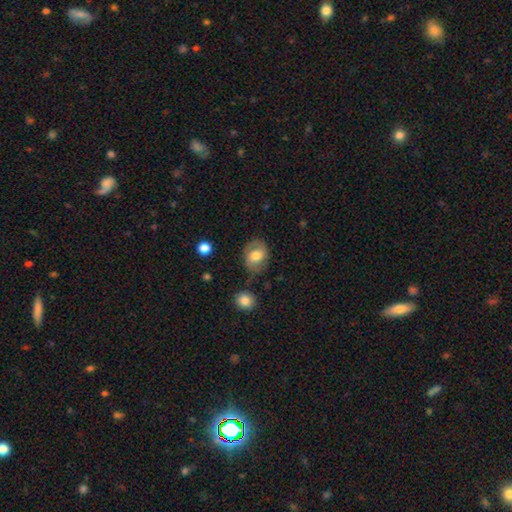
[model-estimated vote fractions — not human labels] smooth 62%, featured or disk 30%, star or artifact 8%. Down the decision tree: how rounded — in between (60%); merging — none (68%).